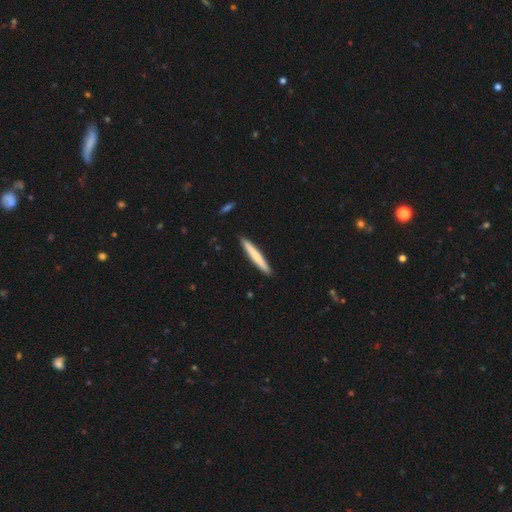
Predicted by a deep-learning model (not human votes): This appears to be a smooth galaxy with no disk features (68%) that is cigar-shaped (96%). Merging: none (92%).